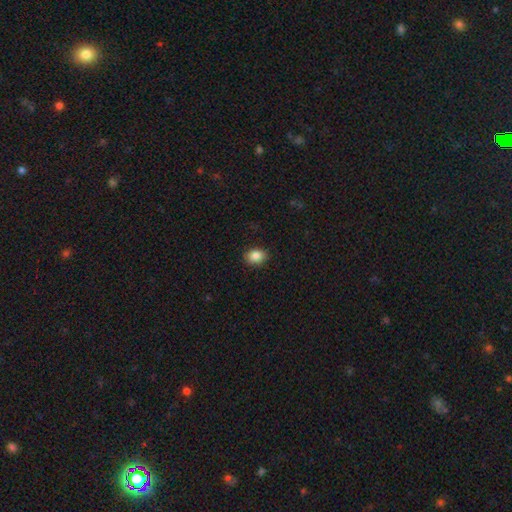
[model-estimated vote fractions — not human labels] The model was most divided on "how rounded": in between: 63%, round: 36%, cigar-shaped: 1%. More confident: merging — none (89%); smooth or featured — smooth (86%).